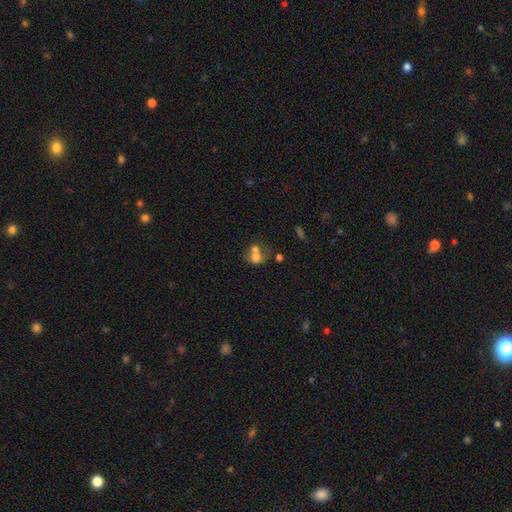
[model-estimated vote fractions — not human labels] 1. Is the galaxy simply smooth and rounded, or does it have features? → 65% smooth, 23% featured or disk, 12% star or artifact.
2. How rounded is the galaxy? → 59% round, 40% in between, 1% cigar-shaped.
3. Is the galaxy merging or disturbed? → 62% merger, 22% none, 9% minor disturbance, 7% major disturbance.